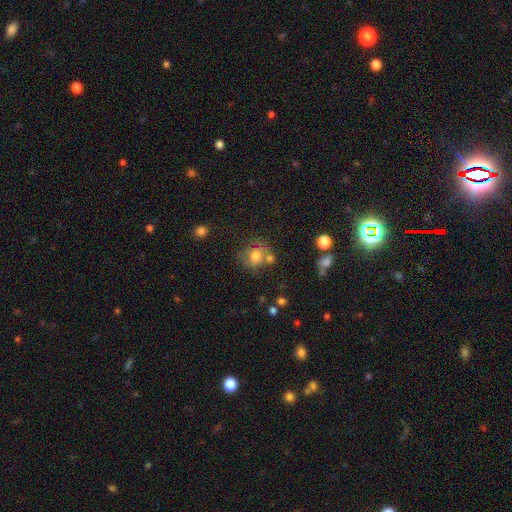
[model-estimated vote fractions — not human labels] Morphology: type=smooth (70%); roundness=round (73%); merging=none (48%).